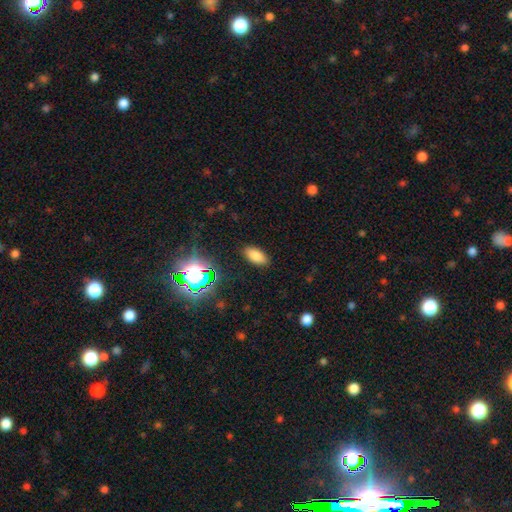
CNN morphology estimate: smooth 78%, star or artifact 15%, featured or disk 7%. Down the decision tree: how rounded — in between (91%); merging — none (87%).